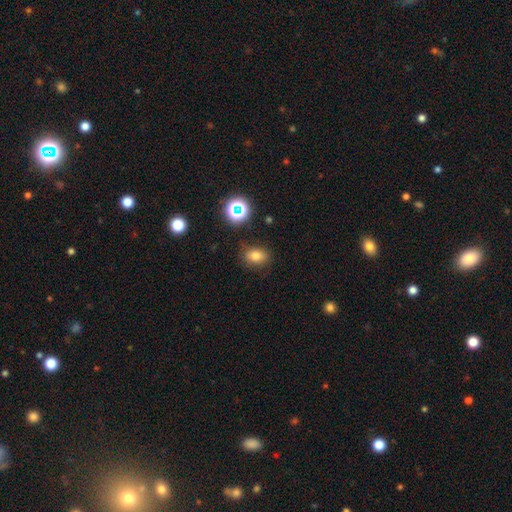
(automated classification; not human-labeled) This appears to be a smooth galaxy with no disk features (75%) that is in between round and cigar-shaped (68%). Merging: none (82%).